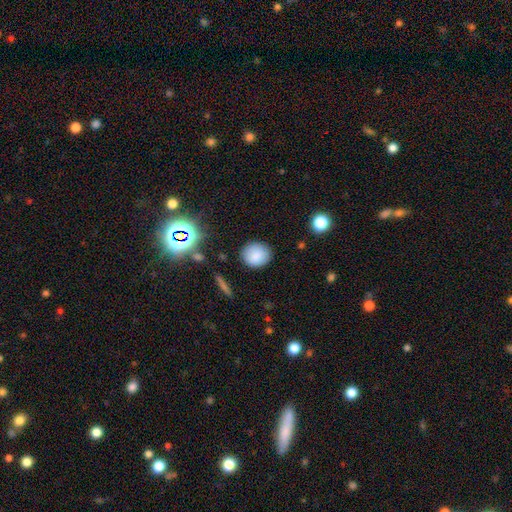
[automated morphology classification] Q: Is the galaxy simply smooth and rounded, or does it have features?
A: smooth — 84%.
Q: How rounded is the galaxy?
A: round — 78%.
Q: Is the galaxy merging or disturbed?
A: none — 86%.